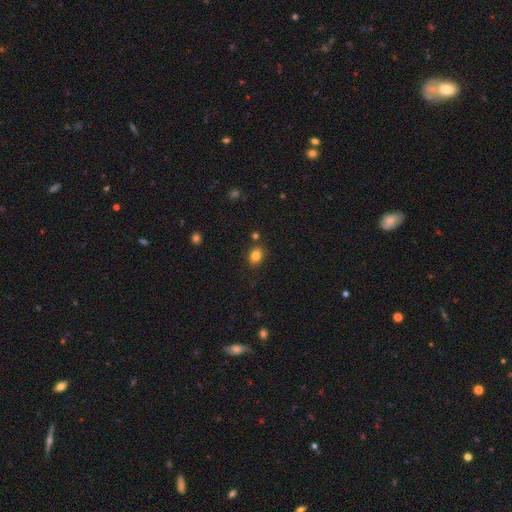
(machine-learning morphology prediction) A smooth galaxy with no disk features (82%) that is in between round and cigar-shaped (52%). Merging: none (83%).